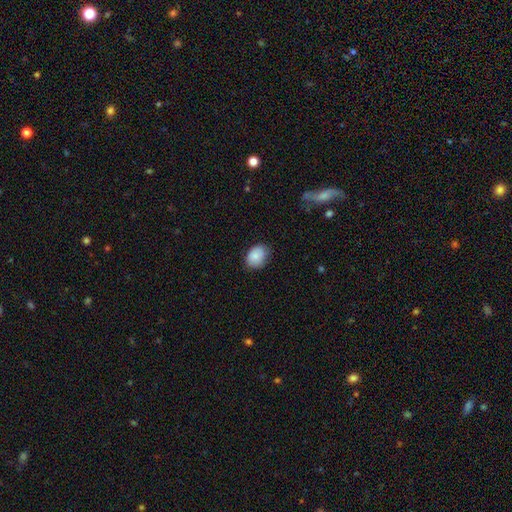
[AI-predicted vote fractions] This appears to be a smooth galaxy with no disk features (84%) that is in between round and cigar-shaped (67%). Merging: none (73%).